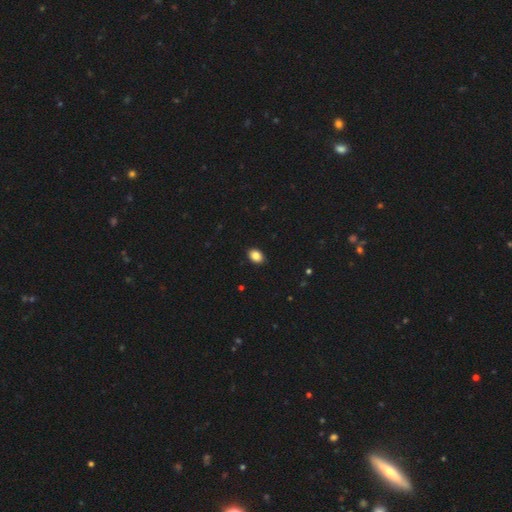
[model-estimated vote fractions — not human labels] Smooth or featured? Predicted: smooth (p=0.87). How rounded? Predicted: in between (p=0.79). Merging? Predicted: none (p=0.90).